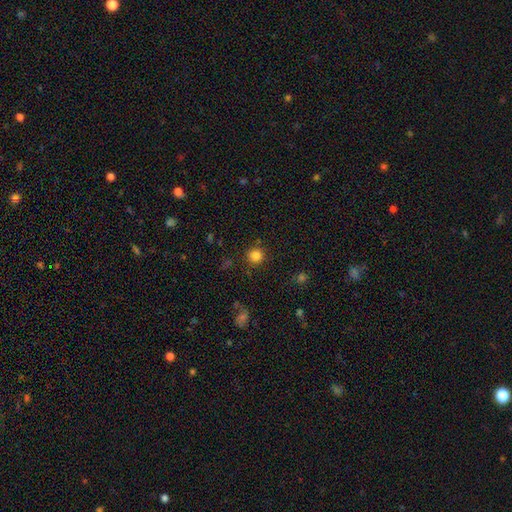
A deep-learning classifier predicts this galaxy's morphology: This appears to be a smooth galaxy with no disk features (83%) that is round (92%). Merging: none (87%).